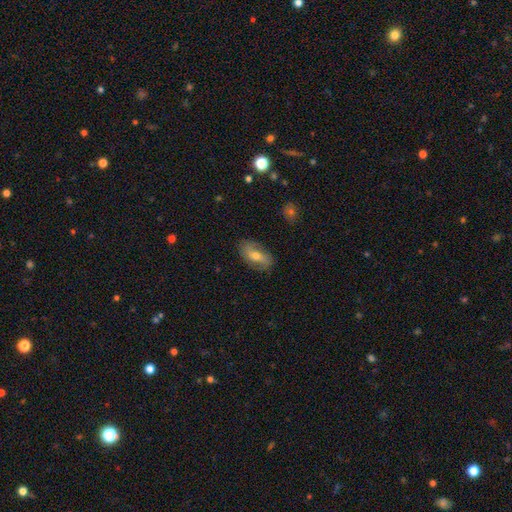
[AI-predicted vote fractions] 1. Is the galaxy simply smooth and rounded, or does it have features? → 48% featured or disk, 44% smooth, 8% star or artifact.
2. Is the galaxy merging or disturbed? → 80% none, 15% minor disturbance, 4% major disturbance, 1% merger.